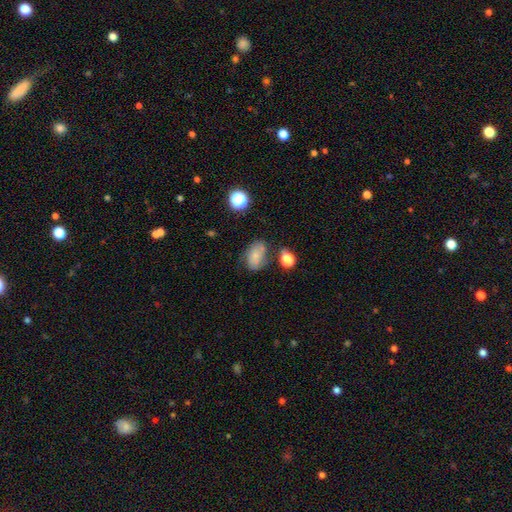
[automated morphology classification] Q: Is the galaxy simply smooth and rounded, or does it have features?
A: smooth — 65%.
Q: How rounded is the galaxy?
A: in between — 85%.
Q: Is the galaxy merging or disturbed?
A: none — 55%.